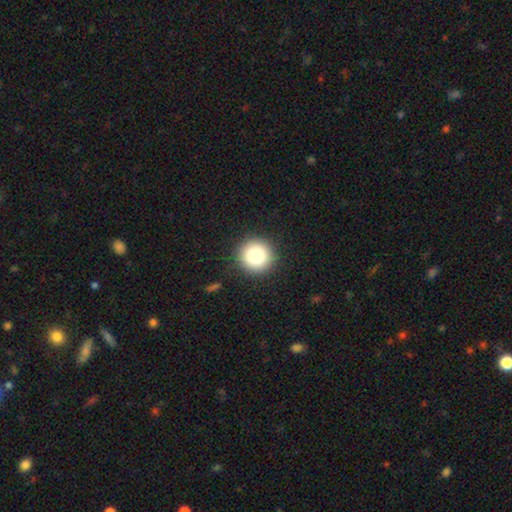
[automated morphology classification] A smooth galaxy with no disk features (79%) that is round (95%). Merging: none (91%).